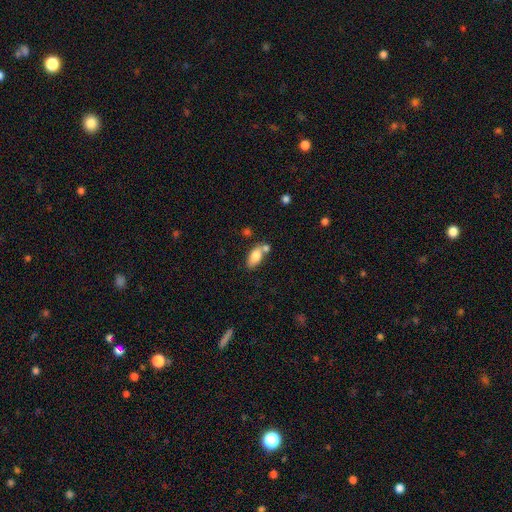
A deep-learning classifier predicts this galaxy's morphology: Q: Smooth or featured?
A: smooth (78%); runner-up: featured or disk (14%)
Q: How rounded?
A: in between (88%); runner-up: cigar-shaped (8%)
Q: Merging?
A: none (49%); runner-up: merger (31%)